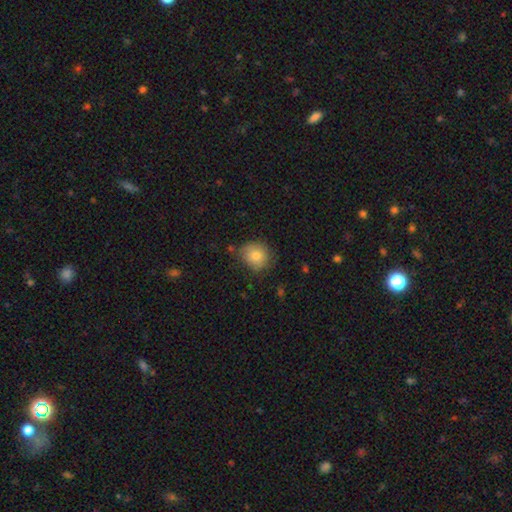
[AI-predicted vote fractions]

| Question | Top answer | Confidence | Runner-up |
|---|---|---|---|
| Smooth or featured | smooth | 81% | star or artifact (10%) |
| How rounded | round | 84% | in between (15%) |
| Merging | none | 76% | minor disturbance (19%) |